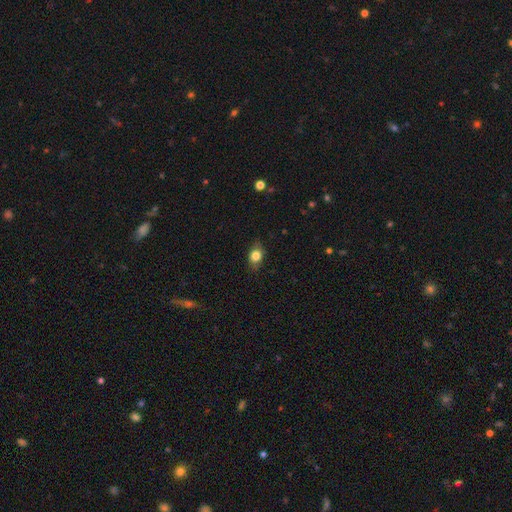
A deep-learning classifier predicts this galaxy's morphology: Q: Smooth or featured?
A: smooth (79%); runner-up: featured or disk (12%)
Q: How rounded?
A: in between (69%); runner-up: round (28%)
Q: Merging?
A: none (79%); runner-up: minor disturbance (17%)